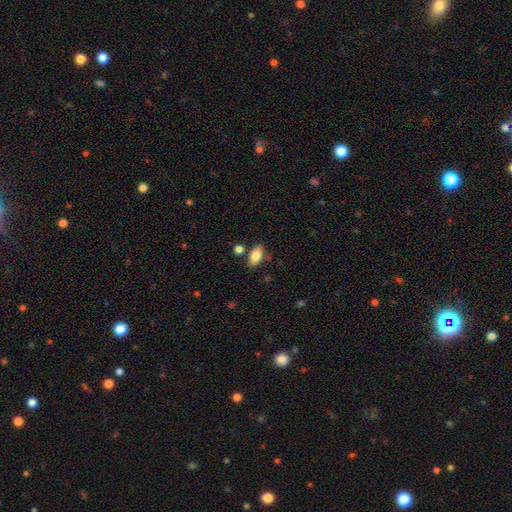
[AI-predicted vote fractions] Q: Smooth or featured?
A: smooth (83%); runner-up: featured or disk (10%)
Q: How rounded?
A: in between (91%); runner-up: round (5%)
Q: Merging?
A: none (78%); runner-up: minor disturbance (12%)